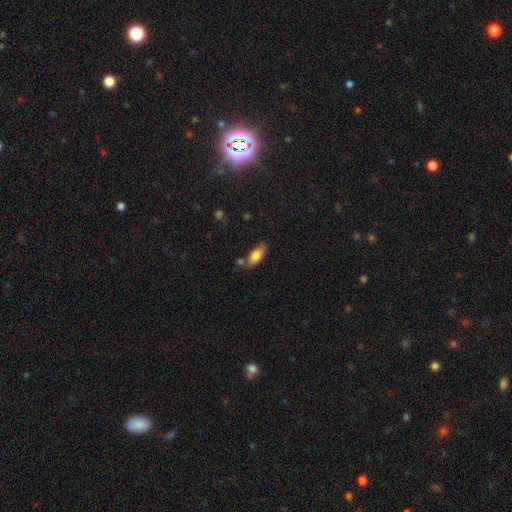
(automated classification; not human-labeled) Overall: smooth (73%). How rounded: in between (76%). Merging: none (67%).